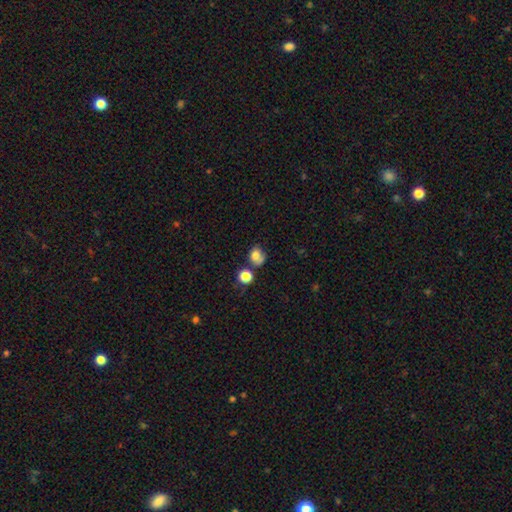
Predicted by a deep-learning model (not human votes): Overall: smooth (72%). How rounded: round (52%; in between 47%). Merging: none (41%; minor disturbance 23%).